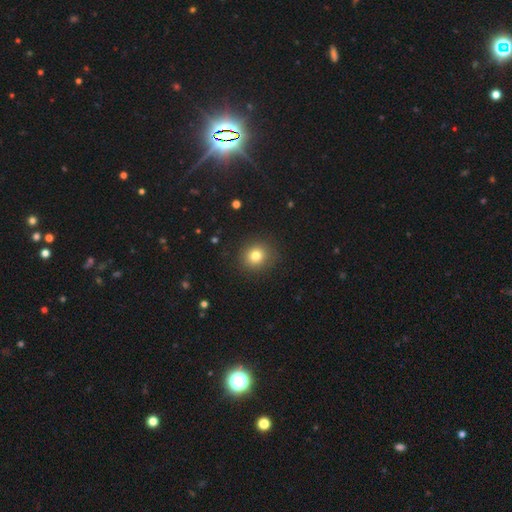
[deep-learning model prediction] A smooth galaxy with no disk features (79%) that is round (85%). Merging: none (89%).